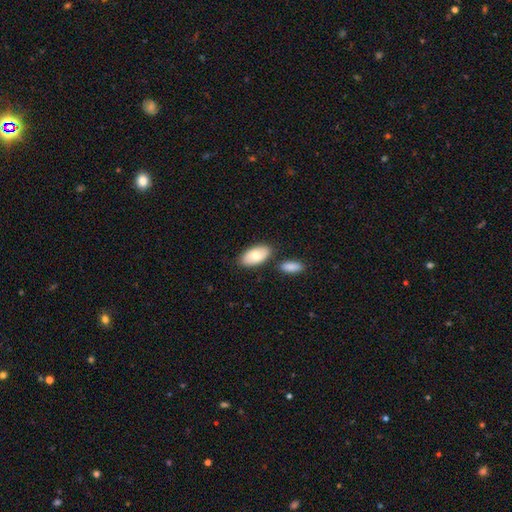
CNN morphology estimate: type=smooth (76%); roundness=in between (94%); merging=none (76%).